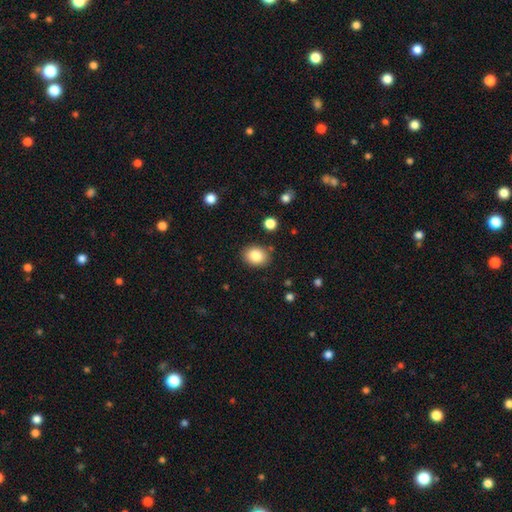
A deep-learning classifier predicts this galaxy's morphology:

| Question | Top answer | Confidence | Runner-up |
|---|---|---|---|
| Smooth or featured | smooth | 85% | star or artifact (9%) |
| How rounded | in between | 56% | round (43%) |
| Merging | none | 87% | minor disturbance (9%) |